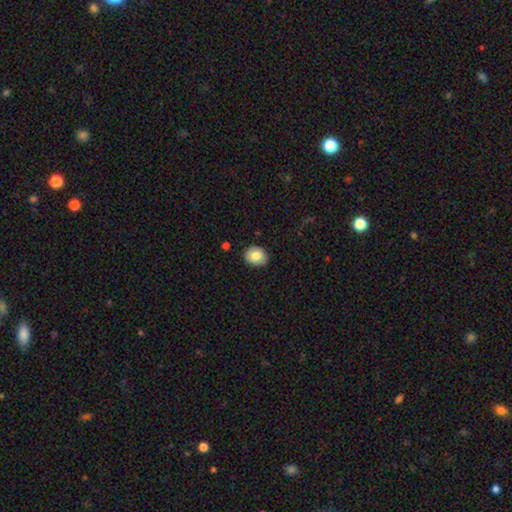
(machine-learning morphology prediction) This appears to be a smooth galaxy with no disk features (78%) that is round (55%). Merging: none (86%).